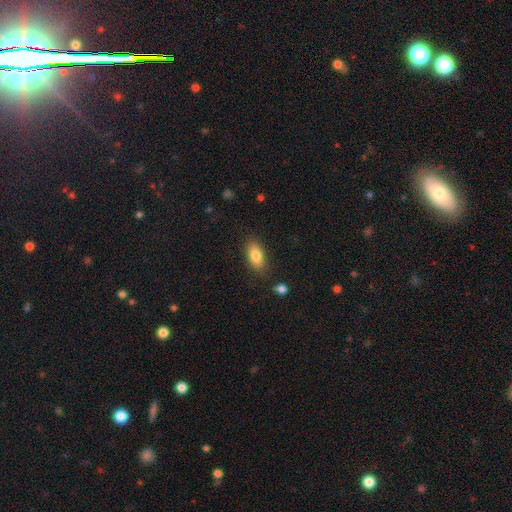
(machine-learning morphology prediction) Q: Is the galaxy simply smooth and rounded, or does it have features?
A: smooth — 83%.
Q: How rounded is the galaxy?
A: in between — 89%.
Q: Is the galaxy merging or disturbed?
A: none — 84%.